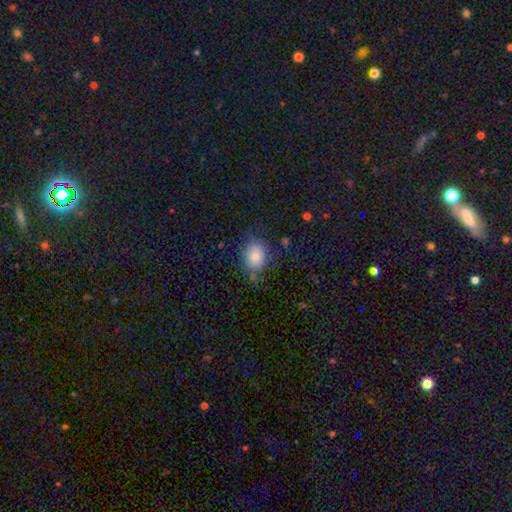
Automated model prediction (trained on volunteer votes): smooth 80%, star or artifact 10%, featured or disk 10%. Down the decision tree: how rounded — in between (66%); merging — none (66%).